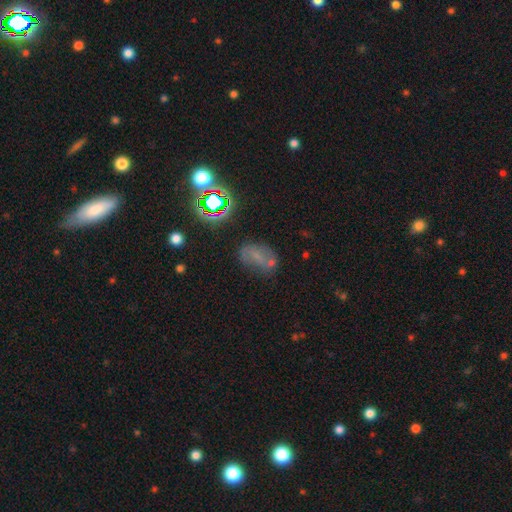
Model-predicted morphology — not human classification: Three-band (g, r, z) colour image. It shows a smooth galaxy with no disk features (42%). Merging: none (51%).